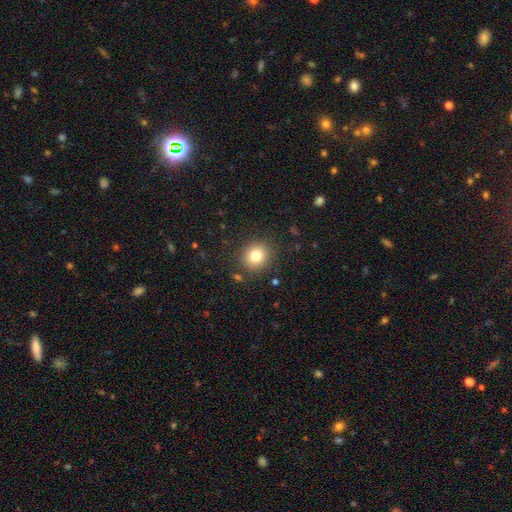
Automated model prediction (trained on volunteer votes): A smooth galaxy with no disk features (79%) that is round (84%).

Vote fractions:
- Smooth or featured? smooth: 79% / star or artifact: 12% / featured or disk: 9%
- How rounded? round: 84% / in between: 15% / cigar-shaped: 1%
- Merging? none: 87% / minor disturbance: 8% / major disturbance: 3% / merger: 2%